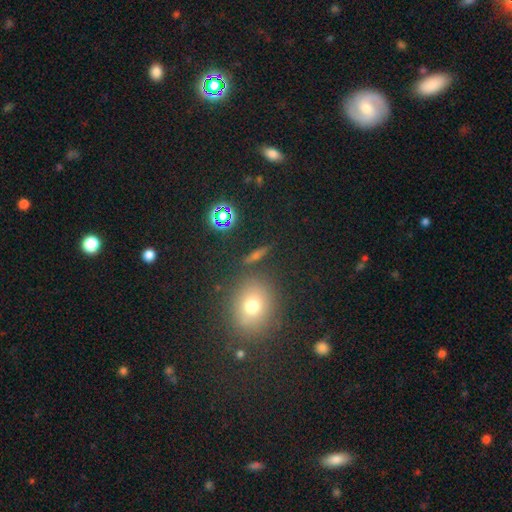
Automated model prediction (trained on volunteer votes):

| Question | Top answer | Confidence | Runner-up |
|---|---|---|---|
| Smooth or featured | smooth | 46% | star or artifact (31%) |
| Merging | none | 83% | minor disturbance (8%) |